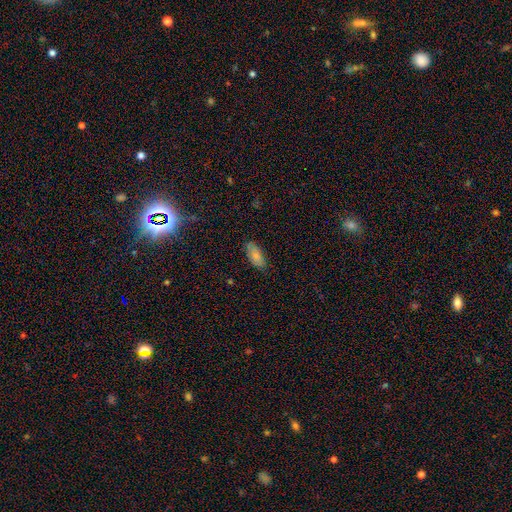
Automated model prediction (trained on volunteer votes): smooth 82%, featured or disk 10%, star or artifact 8%. Down the decision tree: how rounded — in between (87%); merging — none (80%).